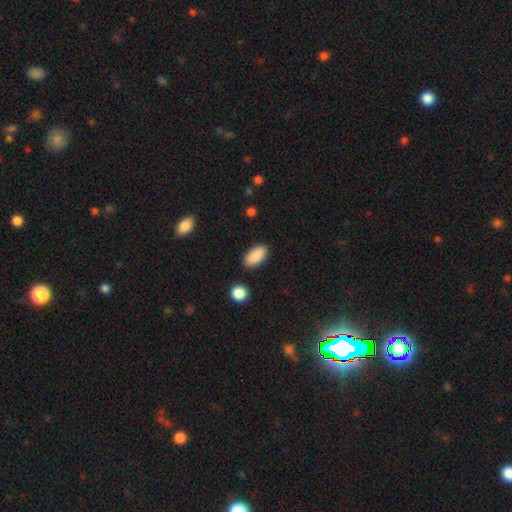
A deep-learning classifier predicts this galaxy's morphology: Q: Smooth or featured?
A: smooth (90%); runner-up: star or artifact (7%)
Q: How rounded?
A: in between (92%); runner-up: cigar-shaped (5%)
Q: Merging?
A: none (88%); runner-up: minor disturbance (8%)